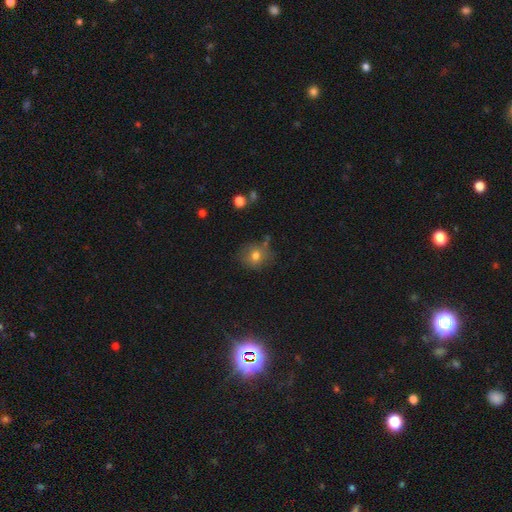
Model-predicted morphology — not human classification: This is likely a smooth galaxy (74%). How rounded: likely round (80%). Merging: likely none (71%).